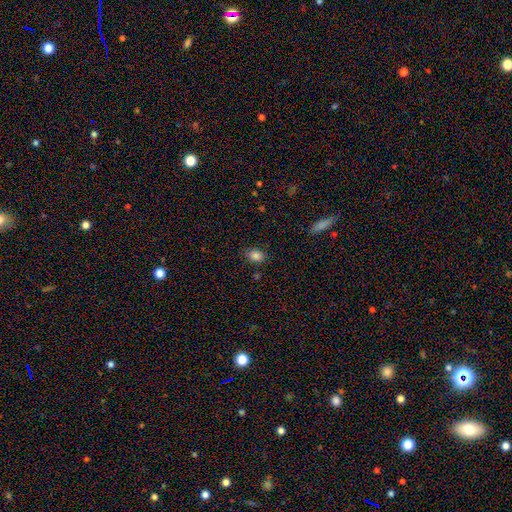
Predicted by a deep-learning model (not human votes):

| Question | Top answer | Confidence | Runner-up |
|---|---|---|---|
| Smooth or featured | smooth | 84% | star or artifact (10%) |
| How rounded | in between | 72% | round (27%) |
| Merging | none | 83% | minor disturbance (12%) |